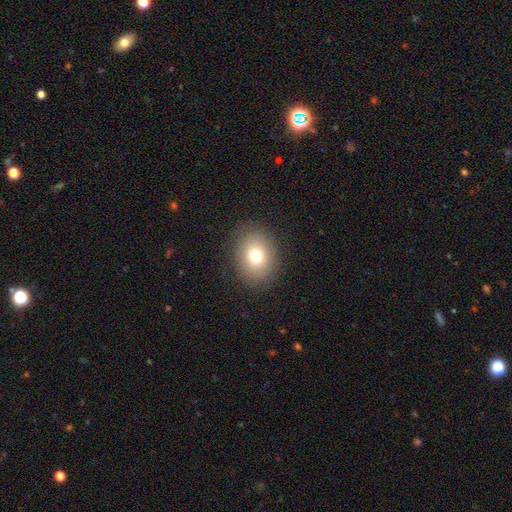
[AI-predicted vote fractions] This appears to be a smooth galaxy with no disk features (75%) that is in between round and cigar-shaped (52%). Merging: none (87%).